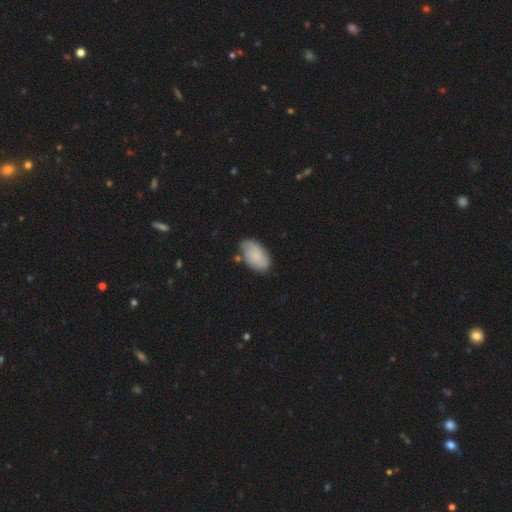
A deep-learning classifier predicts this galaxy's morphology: smooth-or-featured: smooth: 66% | featured or disk: 27% | star or artifact: 7%
  how-rounded: in between: 93% | round: 5% | cigar-shaped: 2%
  merging: none: 68% | minor disturbance: 23% | major disturbance: 5% | merger: 4%